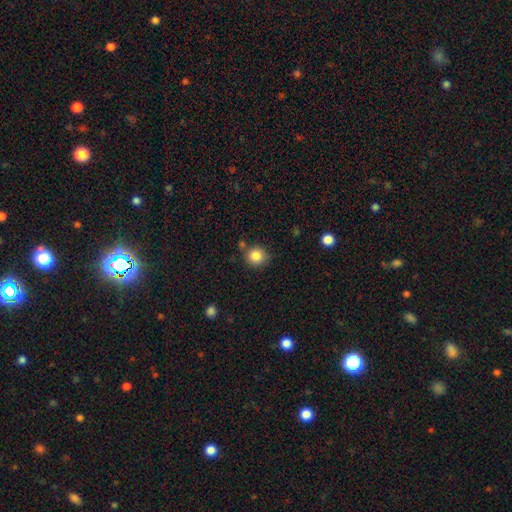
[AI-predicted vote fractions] Q: Smooth or featured?
A: smooth (84%); runner-up: star or artifact (10%)
Q: How rounded?
A: round (89%); runner-up: in between (11%)
Q: Merging?
A: none (79%); runner-up: minor disturbance (12%)